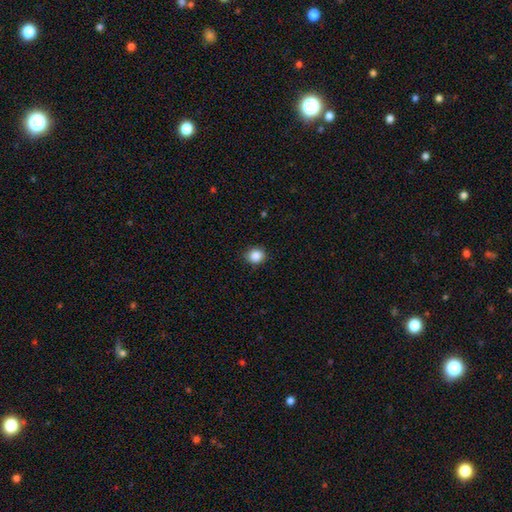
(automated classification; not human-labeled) A smooth galaxy with no disk features (87%) that is round (79%).

Vote fractions:
- Smooth or featured? smooth: 87% / star or artifact: 10% / featured or disk: 4%
- How rounded? round: 79% / in between: 20% / cigar-shaped: 1%
- Merging? none: 88% / minor disturbance: 9% / major disturbance: 2% / merger: 1%